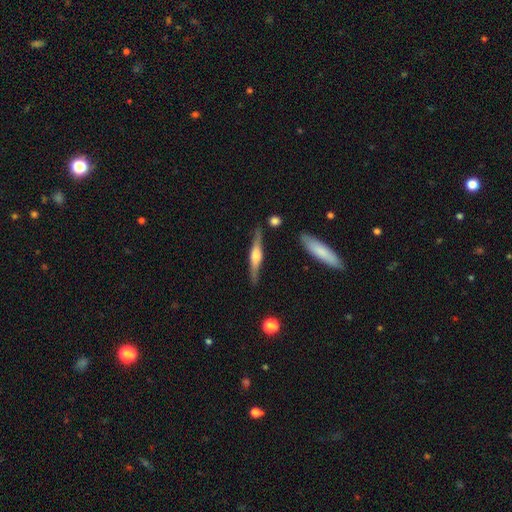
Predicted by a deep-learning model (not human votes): This is likely a featured or disk galaxy (73%). It is clearly viewed edge-on (97%). Edge-on bulge: clearly rounded (82%). Merging: clearly none (85%).